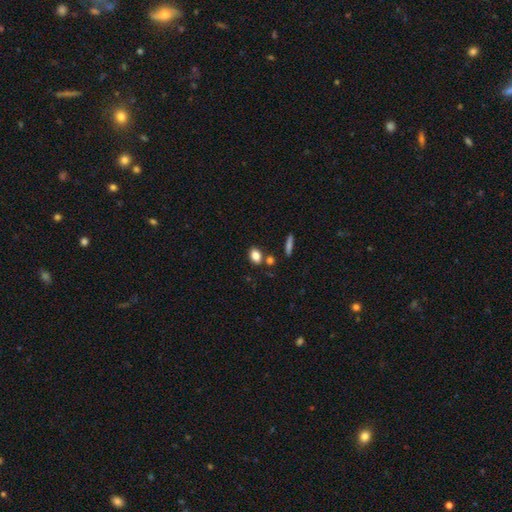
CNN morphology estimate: Overall: smooth (82%). How rounded: in between (76%). Merging: none (73%).